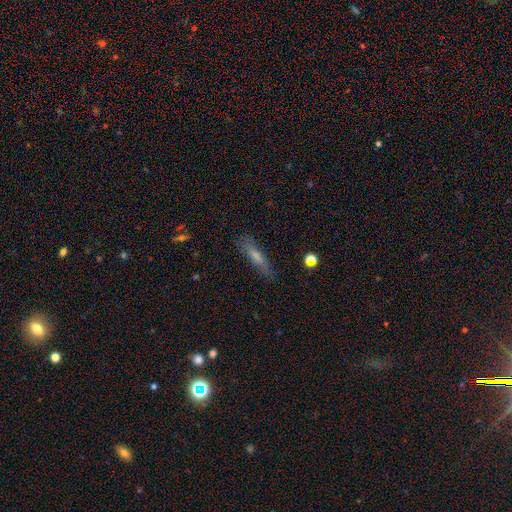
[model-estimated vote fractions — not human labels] Smooth or featured: smooth — 53% (featured or disk — 36%)
How rounded: cigar-shaped — 81% (in between — 16%)
Merging: none — 82% (minor disturbance — 13%)